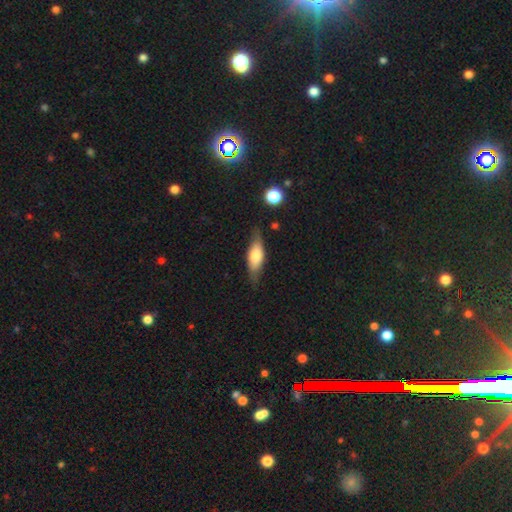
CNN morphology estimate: Smooth or featured? Predicted: smooth (p=0.66). How rounded? Predicted: in between (p=0.66). Merging? Predicted: none (p=0.72).